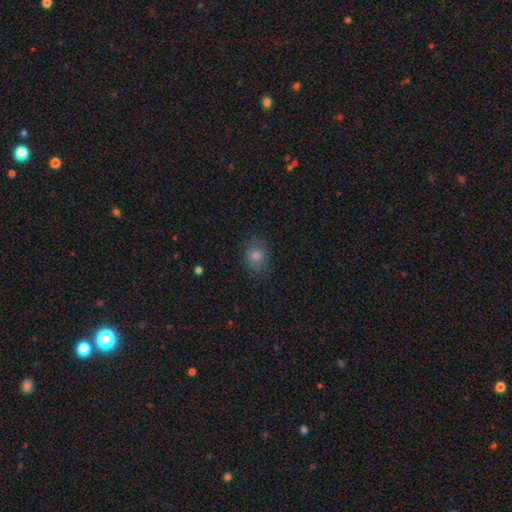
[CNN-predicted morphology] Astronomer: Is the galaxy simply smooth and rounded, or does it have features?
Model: smooth — 75%.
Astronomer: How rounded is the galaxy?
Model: in between — 61% (runner-up: round, 37%).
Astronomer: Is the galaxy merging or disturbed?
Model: none — 81%.